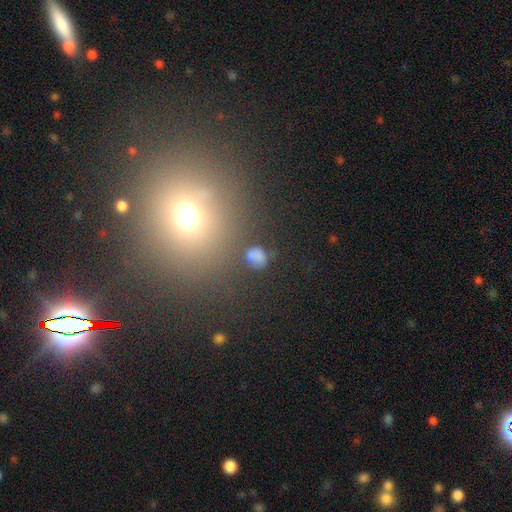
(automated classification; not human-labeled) A smooth galaxy with no disk features (69%) that is round (63%). Merging: none (64%).